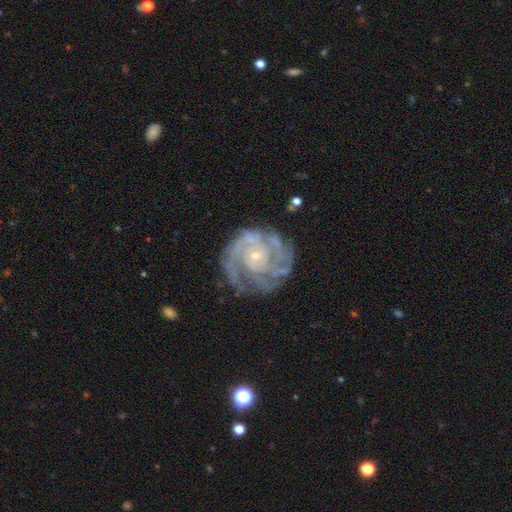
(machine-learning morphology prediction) Smooth or featured: featured or disk — 88% (star or artifact — 6%)
Edge-on disk: no — 98% (yes — 2%)
Bar: no — 73% (weak — 21%)
Spiral arms: yes — 97% (no — 3%)
Spiral winding: tight — 71% (medium — 25%)
Spiral arm count: 3 — 25% (can't tell — 23%)
Bulge size: small — 79% (moderate — 15%)
Merging: none — 72% (minor disturbance — 18%)